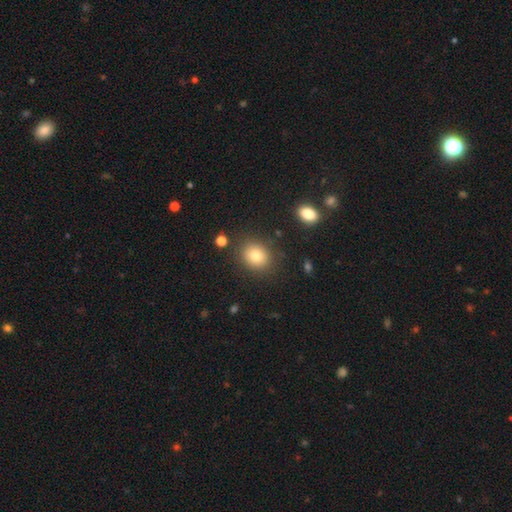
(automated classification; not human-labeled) Smooth or featured? smooth (79%)
How rounded? round (69%)
Merging? none (86%)